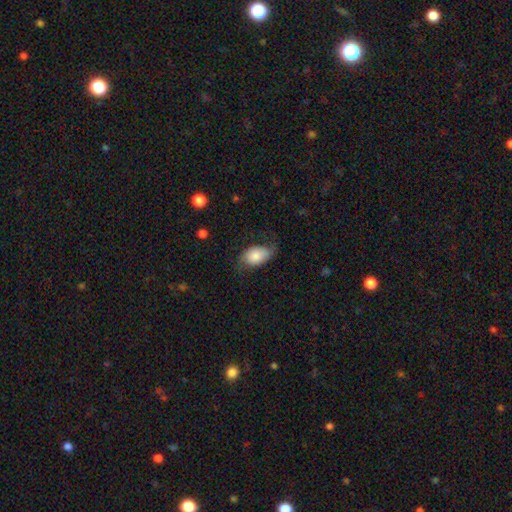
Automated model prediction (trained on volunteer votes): Smooth or featured?
  - smooth: 70% *
  - featured or disk: 23%
  - star or artifact: 7%
How rounded?
  - in between: 91% *
  - round: 8%
  - cigar-shaped: 2%
Merging?
  - none: 56% *
  - minor disturbance: 28%
  - major disturbance: 14%
  - merger: 1%